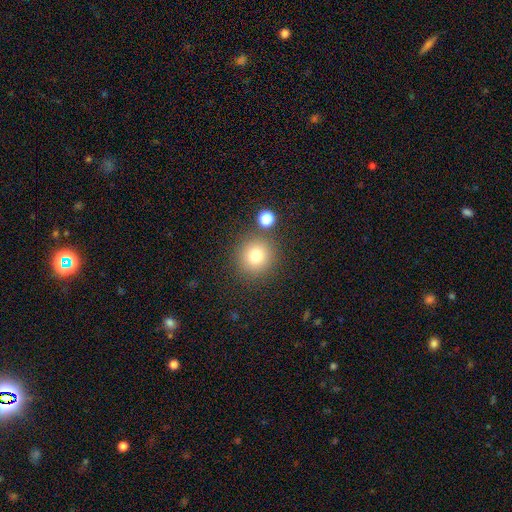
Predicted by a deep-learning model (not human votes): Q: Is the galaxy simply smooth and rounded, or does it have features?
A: smooth — 79%.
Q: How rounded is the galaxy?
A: round — 93%.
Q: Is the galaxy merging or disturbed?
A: none — 81%.